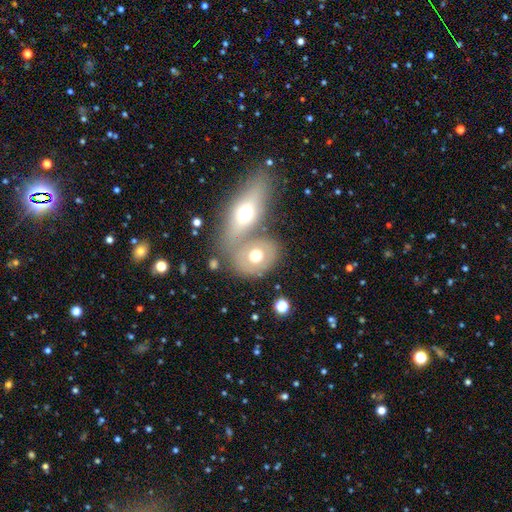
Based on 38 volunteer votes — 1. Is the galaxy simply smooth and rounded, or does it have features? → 53% smooth, 42% featured or disk, 5% star or artifact.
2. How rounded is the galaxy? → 50% in between, 45% round, 5% cigar-shaped.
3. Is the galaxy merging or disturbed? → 47% none, 39% merger, 11% minor disturbance, 3% major disturbance.